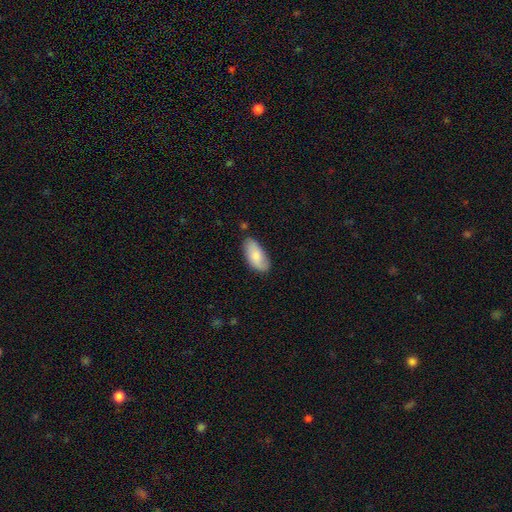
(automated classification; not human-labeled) A smooth galaxy with no disk features (79%) that is in between round and cigar-shaped (92%).

Vote fractions:
- Smooth or featured? smooth: 79% / featured or disk: 15% / star or artifact: 6%
- How rounded? in between: 92% / cigar-shaped: 6% / round: 2%
- Merging? none: 77% / minor disturbance: 18% / major disturbance: 3% / merger: 2%